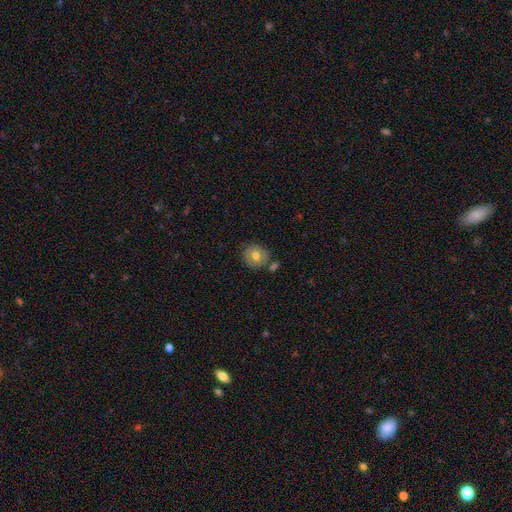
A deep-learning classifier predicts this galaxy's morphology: Q: Smooth or featured?
A: smooth (64%); runner-up: featured or disk (28%)
Q: How rounded?
A: round (85%); runner-up: in between (14%)
Q: Merging?
A: none (74%); runner-up: minor disturbance (13%)